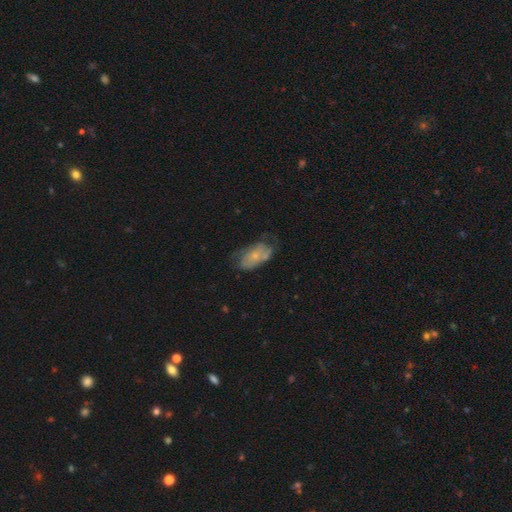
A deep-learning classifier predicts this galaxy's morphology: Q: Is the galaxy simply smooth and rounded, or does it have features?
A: featured or disk — 50%.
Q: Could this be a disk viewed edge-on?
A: no — 94%.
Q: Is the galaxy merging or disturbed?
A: none — 44%.